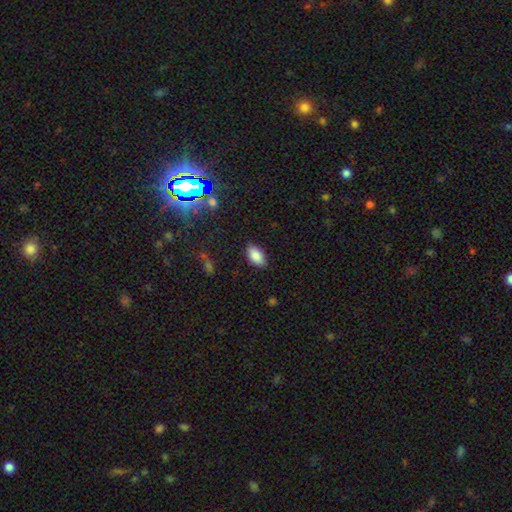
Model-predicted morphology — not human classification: Smooth or featured?
  - smooth: 86% *
  - star or artifact: 8%
  - featured or disk: 6%
How rounded?
  - in between: 94% *
  - round: 4%
  - cigar-shaped: 3%
Merging?
  - none: 86% *
  - minor disturbance: 10%
  - major disturbance: 2%
  - merger: 1%